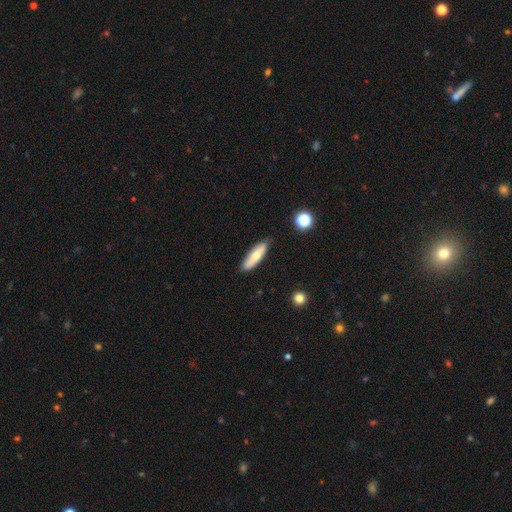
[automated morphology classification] Smooth or featured?
  - smooth: 71% *
  - featured or disk: 22%
  - star or artifact: 6%
How rounded?
  - cigar-shaped: 58% *
  - in between: 40%
  - round: 2%
Merging?
  - none: 83% *
  - minor disturbance: 13%
  - major disturbance: 2%
  - merger: 2%